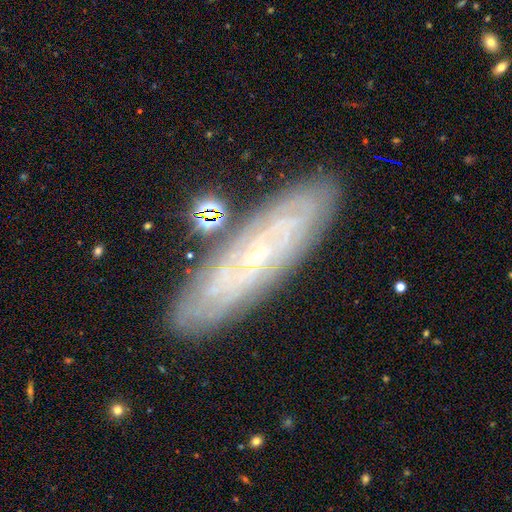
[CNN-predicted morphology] smooth_or_featured: featured or disk (p=0.77) [alt: smooth p=0.15]
disk_edge_on: no (p=0.77) [alt: yes p=0.23]
bar: no (p=0.68) [alt: weak p=0.24]
has_spiral_arms: yes (p=0.90) [alt: no p=0.10]
spiral_winding: tight (p=0.79) [alt: medium p=0.16]
spiral_arm_count: can't tell (p=0.60) [alt: 2 p=0.11]
bulge_size: small (p=0.83) [alt: moderate p=0.12]
merging: none (p=0.83) [alt: minor disturbance p=0.11]